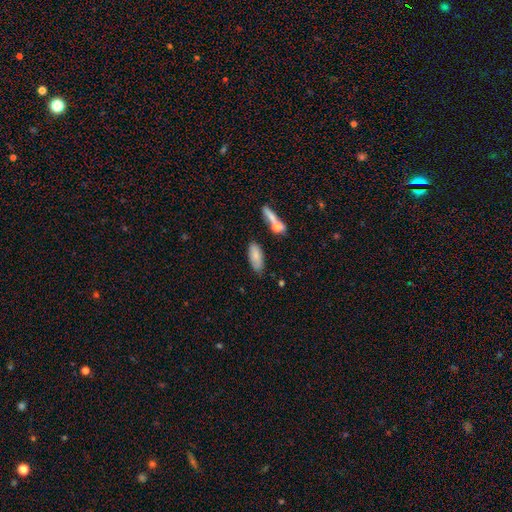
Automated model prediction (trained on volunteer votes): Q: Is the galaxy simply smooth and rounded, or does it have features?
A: smooth — 80%.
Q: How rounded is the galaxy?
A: in between — 78%.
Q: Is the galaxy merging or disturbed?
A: none — 69%.